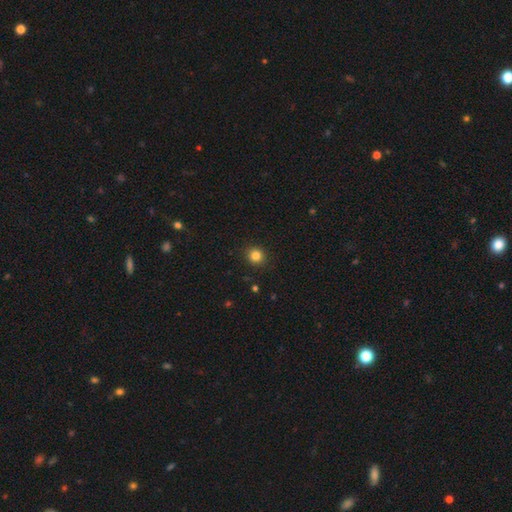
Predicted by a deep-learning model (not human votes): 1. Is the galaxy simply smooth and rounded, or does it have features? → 83% smooth, 12% star or artifact, 5% featured or disk.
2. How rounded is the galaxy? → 89% round, 10% in between, 1% cigar-shaped.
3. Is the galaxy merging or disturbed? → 91% none, 6% minor disturbance, 2% major disturbance, 1% merger.